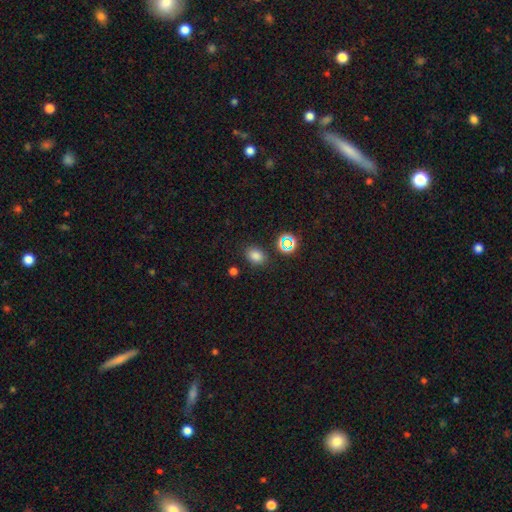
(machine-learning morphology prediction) A smooth galaxy with no disk features (76%) that is in between round and cigar-shaped (66%). Merging: none (82%).